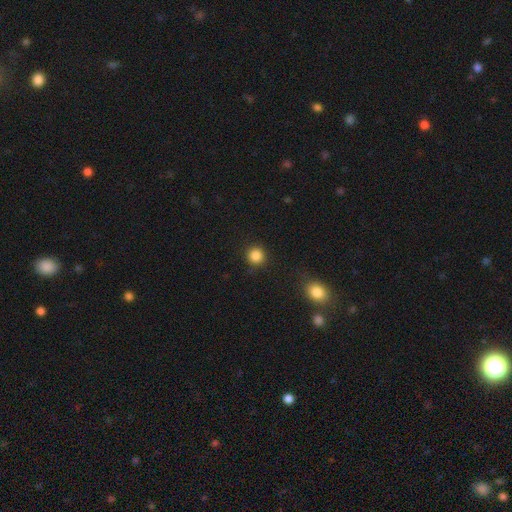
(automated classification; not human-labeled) Smooth or featured?
  - smooth: 86% *
  - star or artifact: 11%
  - featured or disk: 4%
How rounded?
  - round: 94% *
  - in between: 5%
  - cigar-shaped: 1%
Merging?
  - none: 90% *
  - minor disturbance: 6%
  - major disturbance: 2%
  - merger: 1%